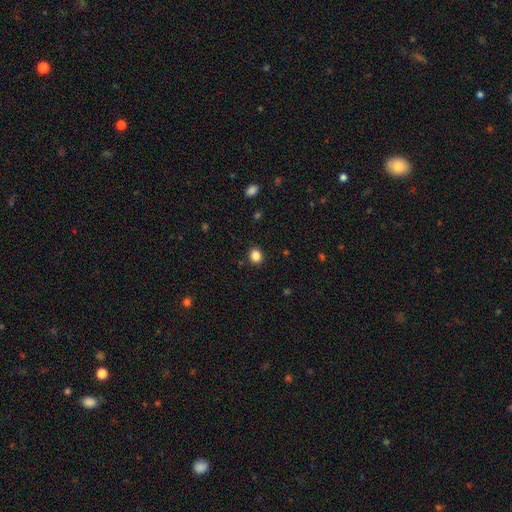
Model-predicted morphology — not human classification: Q: Smooth or featured?
A: smooth (86%); runner-up: star or artifact (11%)
Q: How rounded?
A: round (63%); runner-up: in between (36%)
Q: Merging?
A: none (89%); runner-up: minor disturbance (8%)